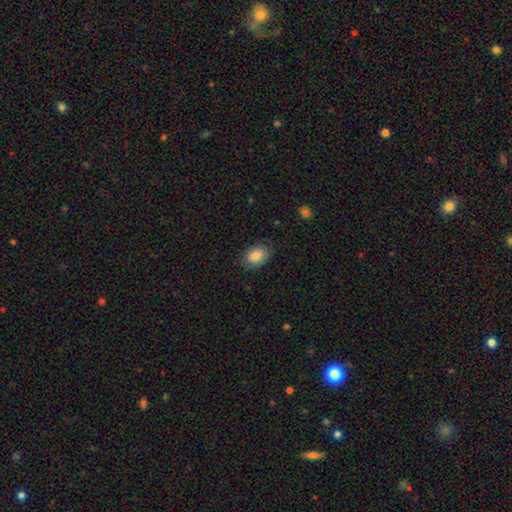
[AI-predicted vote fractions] A smooth galaxy with no disk features (85%) that is in between round and cigar-shaped (80%).

Vote fractions:
- Smooth or featured? smooth: 85% / featured or disk: 8% / star or artifact: 7%
- How rounded? in between: 80% / round: 19% / cigar-shaped: 1%
- Merging? none: 78% / minor disturbance: 17% / major disturbance: 4% / merger: 1%